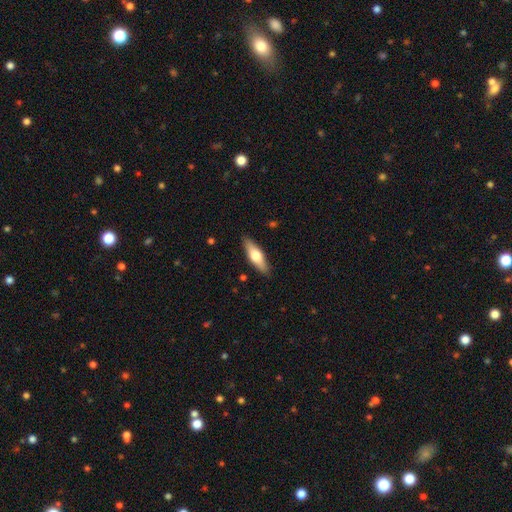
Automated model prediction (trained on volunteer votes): smooth 54%, featured or disk 40%, star or artifact 5%. Down the decision tree: how rounded — cigar-shaped (49%, tied with in between); merging — none (88%).